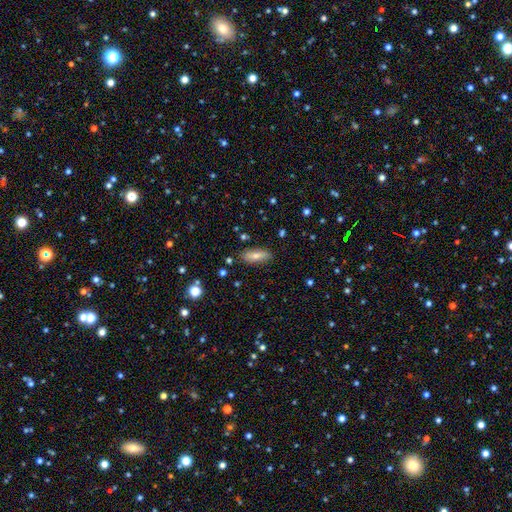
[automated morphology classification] A smooth galaxy with no disk features (67%) that is in between round and cigar-shaped (60%). Merging: none (86%).